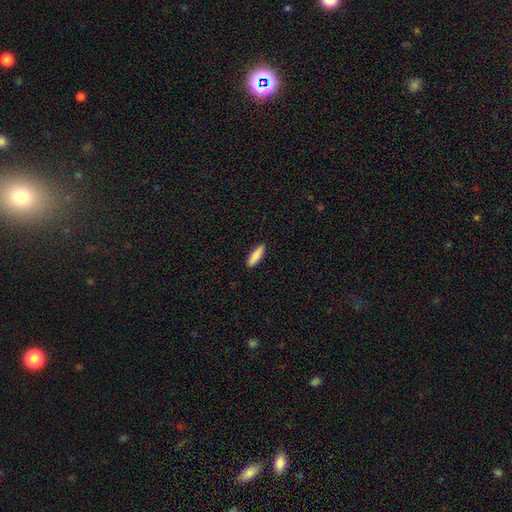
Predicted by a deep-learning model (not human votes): Smooth or featured?
  - smooth: 87% *
  - featured or disk: 7%
  - star or artifact: 6%
How rounded?
  - cigar-shaped: 58% *
  - in between: 40%
  - round: 2%
Merging?
  - none: 90% *
  - minor disturbance: 7%
  - major disturbance: 2%
  - merger: 1%